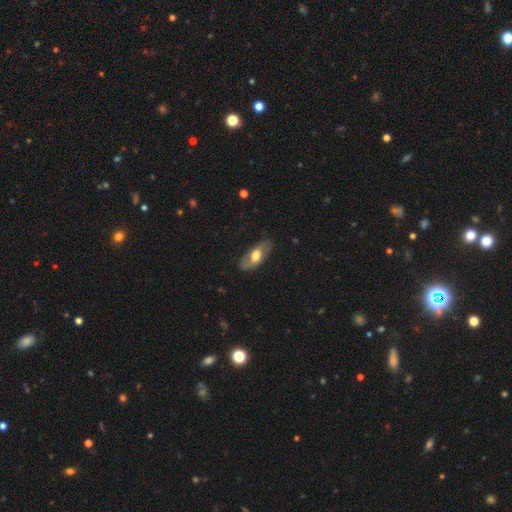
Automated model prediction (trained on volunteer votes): This appears to be a featured or disk galaxy (50%). Merging: none (73%).